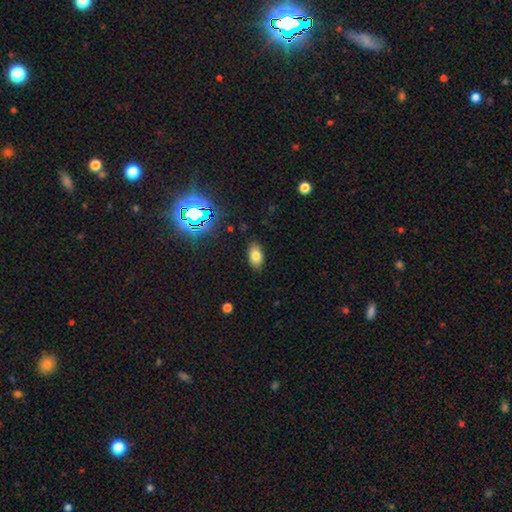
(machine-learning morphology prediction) The model was most divided on "smooth or featured": smooth: 76%, star or artifact: 14%, featured or disk: 10%. More confident: how rounded — in between (91%); merging — none (87%).